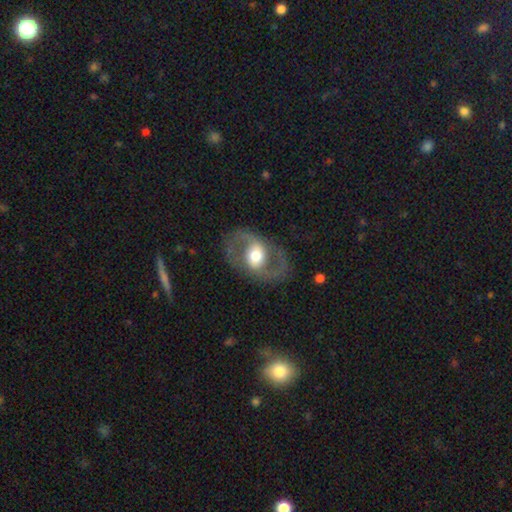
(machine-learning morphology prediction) smooth_or_featured: featured or disk (p=0.74) [alt: smooth p=0.20]
disk_edge_on: no (p=0.95) [alt: yes p=0.05]
bar: no (p=0.41) [alt: weak p=0.34]
has_spiral_arms: yes (p=0.66) [alt: no p=0.34]
bulge_size: moderate (p=0.57) [alt: large p=0.33]
merging: none (p=0.79) [alt: minor disturbance p=0.11]